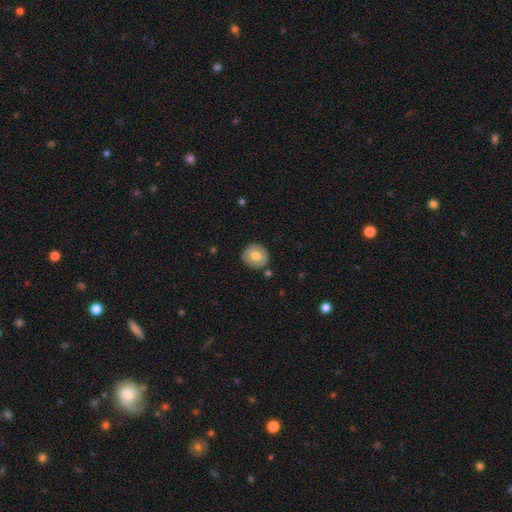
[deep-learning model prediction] smooth-or-featured: smooth: 68% | featured or disk: 25% | star or artifact: 7%
  how-rounded: round: 89% | in between: 10% | cigar-shaped: 1%
  merging: none: 83% | minor disturbance: 11% | merger: 3% | major disturbance: 2%